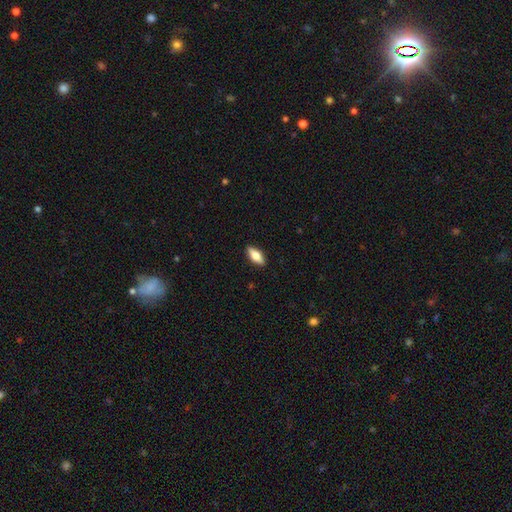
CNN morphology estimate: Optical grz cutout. It shows a smooth galaxy with no disk features (64%) that is in between round and cigar-shaped (77%). Merging: none (89%).